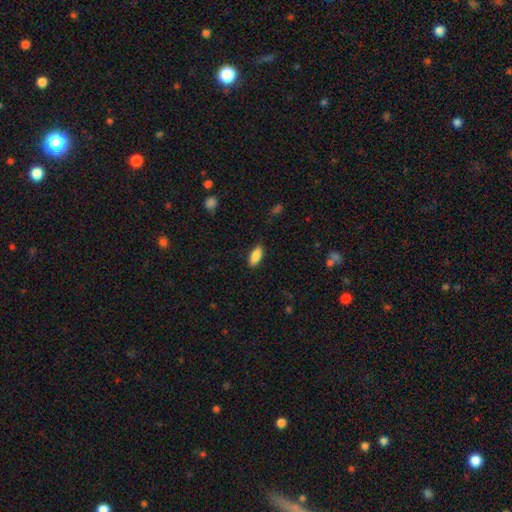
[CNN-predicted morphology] smooth_or_featured: smooth (p=0.88) [alt: star or artifact p=0.07]
how_rounded: in between (p=0.84) [alt: cigar-shaped p=0.14]
merging: none (p=0.86) [alt: minor disturbance p=0.11]